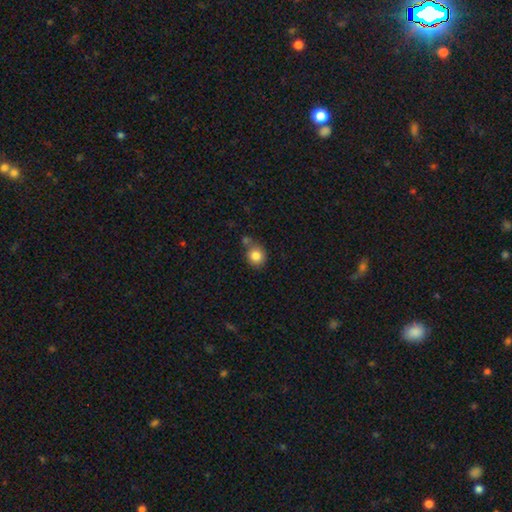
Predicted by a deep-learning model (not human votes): smooth-or-featured: smooth: 84% | star or artifact: 9% | featured or disk: 7%
  how-rounded: round: 80% | in between: 19% | cigar-shaped: 1%
  merging: none: 60% | merger: 20% | minor disturbance: 16% | major disturbance: 4%